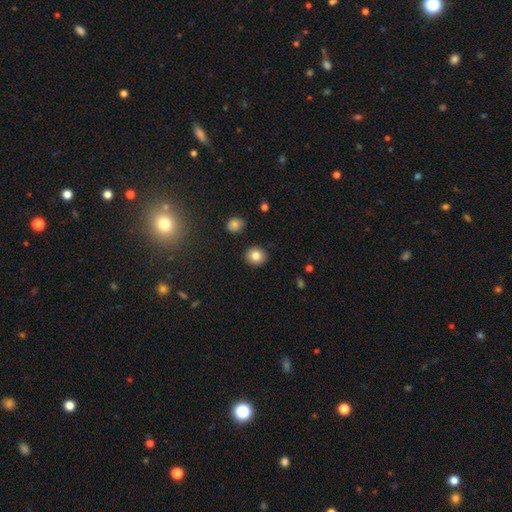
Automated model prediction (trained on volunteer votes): A smooth galaxy with no disk features (82%) that is round (86%).

Vote fractions:
- Smooth or featured? smooth: 82% / star or artifact: 10% / featured or disk: 8%
- How rounded? round: 86% / in between: 13% / cigar-shaped: 1%
- Merging? none: 90% / minor disturbance: 6% / major disturbance: 2% / merger: 2%